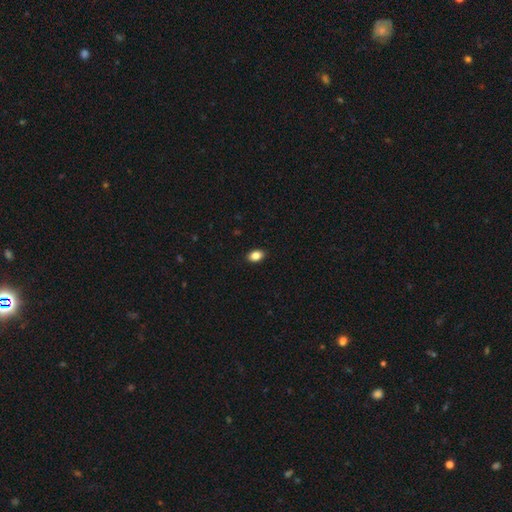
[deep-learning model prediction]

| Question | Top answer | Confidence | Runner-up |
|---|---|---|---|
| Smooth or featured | smooth | 85% | star or artifact (9%) |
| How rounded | in between | 79% | round (19%) |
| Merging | none | 90% | minor disturbance (8%) |